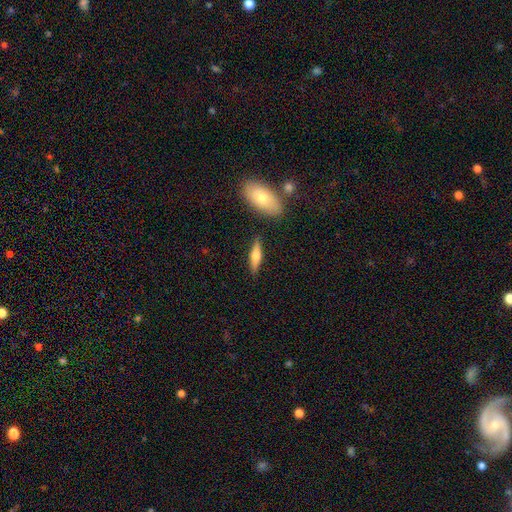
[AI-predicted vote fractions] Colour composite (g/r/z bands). It shows a smooth galaxy with no disk features (53%) that is cigar-shaped (68%). Merging: none (85%).